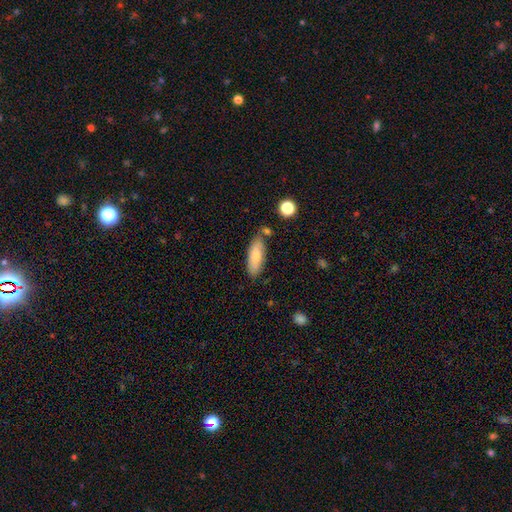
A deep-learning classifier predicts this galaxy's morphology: smooth_or_featured: smooth (p=0.79) [alt: featured or disk p=0.15]
how_rounded: in between (p=0.69) [alt: cigar-shaped p=0.29]
merging: none (p=0.72) [alt: minor disturbance p=0.17]